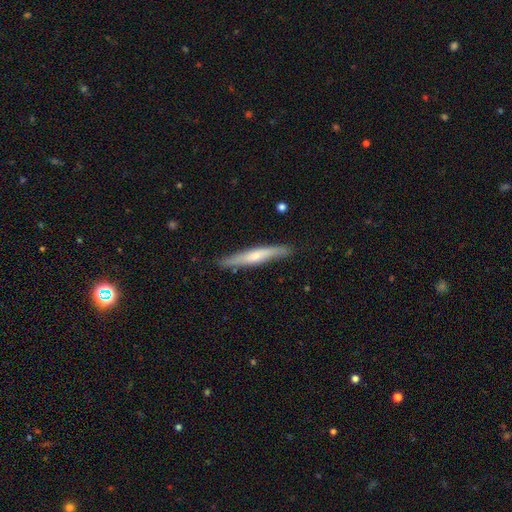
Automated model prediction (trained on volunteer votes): Morphology: type=featured or disk (48%); merging=none (87%).